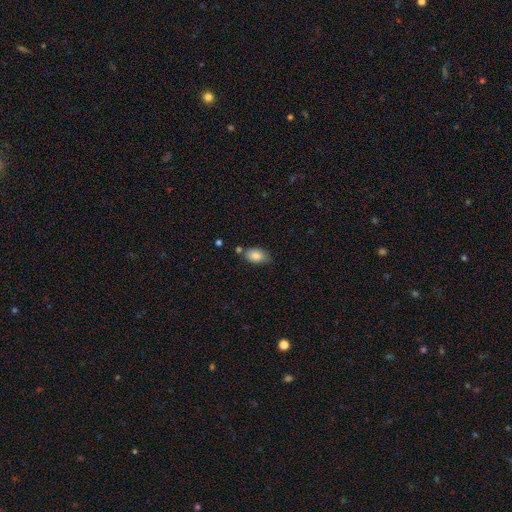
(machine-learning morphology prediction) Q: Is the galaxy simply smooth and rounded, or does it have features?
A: smooth — 82%.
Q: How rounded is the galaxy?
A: in between — 91%.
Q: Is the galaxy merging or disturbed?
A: none — 65%.